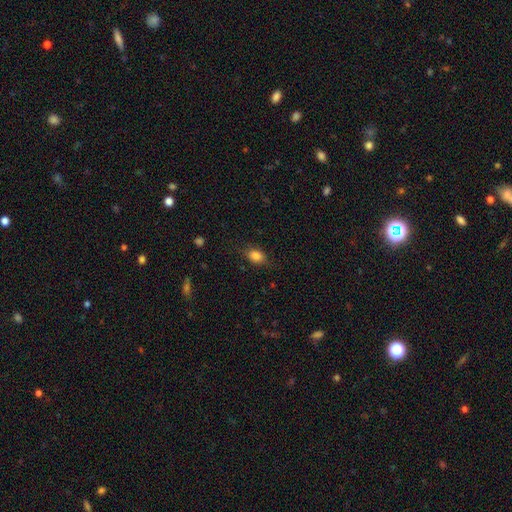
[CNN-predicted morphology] This appears to be a smooth galaxy with no disk features (84%) that is in between round and cigar-shaped (77%). Merging: none (78%).